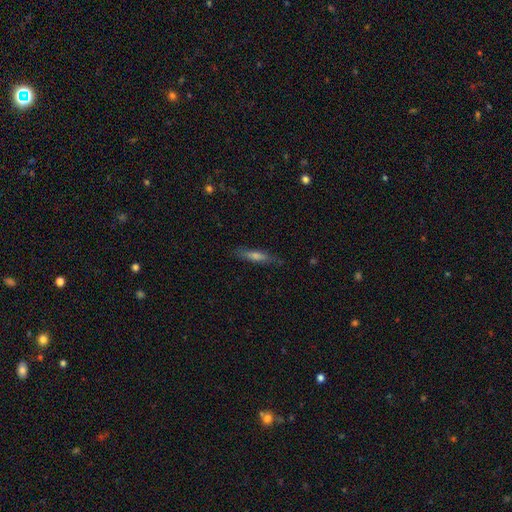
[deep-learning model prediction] Q: Smooth or featured?
A: smooth (47%); runner-up: featured or disk (44%)
Q: Merging?
A: none (84%); runner-up: minor disturbance (12%)